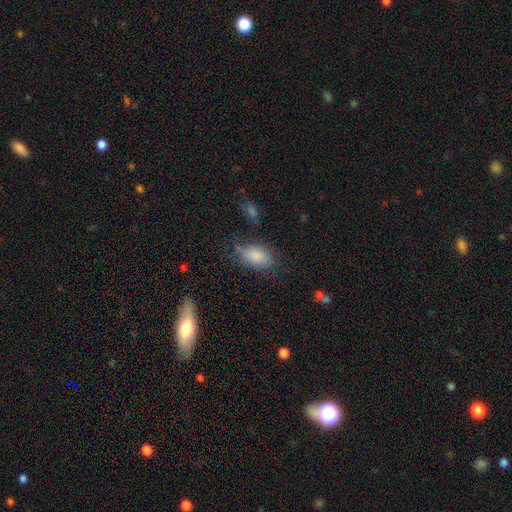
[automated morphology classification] Smooth or featured: smooth — 85% (star or artifact — 8%)
How rounded: in between — 88% (round — 10%)
Merging: none — 66% (minor disturbance — 23%)